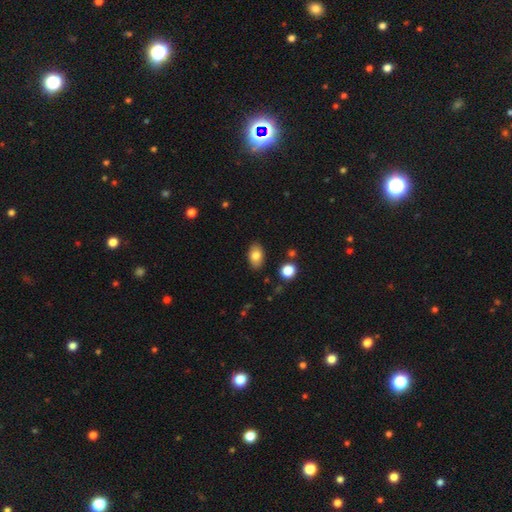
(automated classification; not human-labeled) Smooth or featured? smooth (82%)
How rounded? in between (90%)
Merging? none (87%)